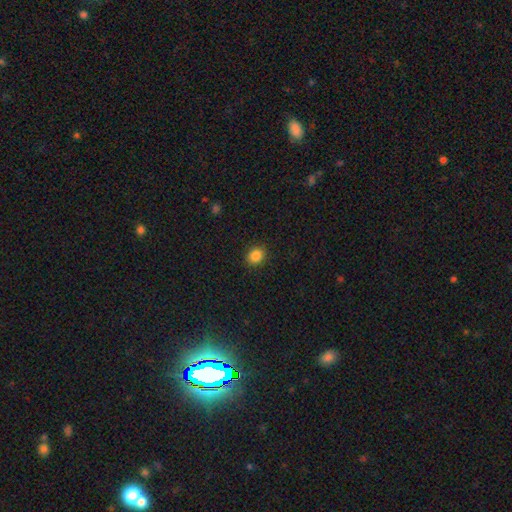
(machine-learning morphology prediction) This appears to be a smooth galaxy with no disk features (85%) that is round (65%). Merging: none (90%).